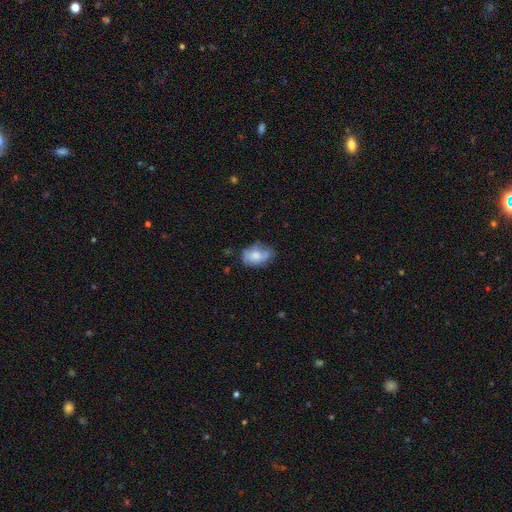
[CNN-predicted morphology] Q: Smooth or featured?
A: smooth (64%); runner-up: featured or disk (28%)
Q: How rounded?
A: in between (83%); runner-up: round (16%)
Q: Merging?
A: none (52%); runner-up: minor disturbance (31%)